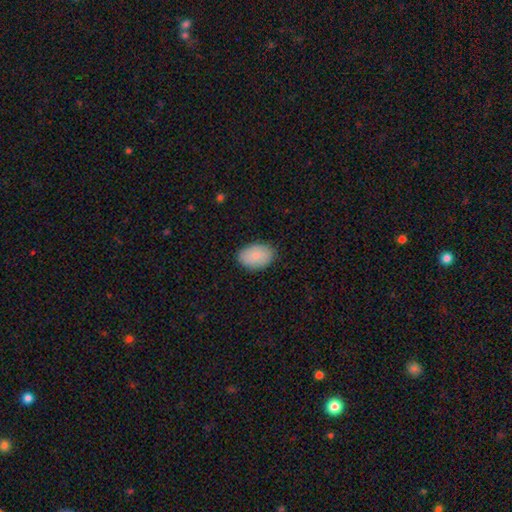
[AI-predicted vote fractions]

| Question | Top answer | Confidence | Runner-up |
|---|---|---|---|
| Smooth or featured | smooth | 85% | featured or disk (9%) |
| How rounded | in between | 88% | round (11%) |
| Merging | none | 86% | minor disturbance (11%) |